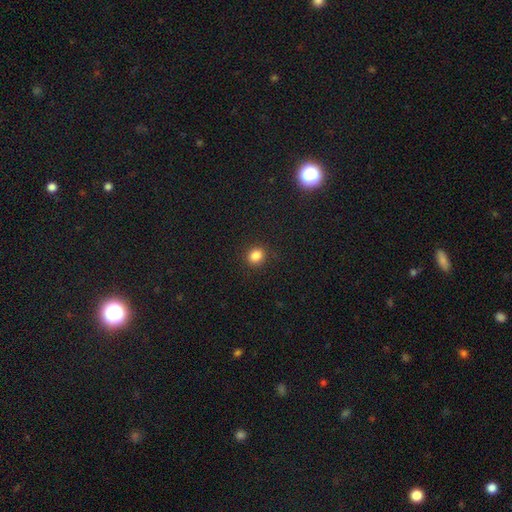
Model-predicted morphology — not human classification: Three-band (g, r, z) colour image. It shows a smooth galaxy with no disk features (83%) that is round (83%). Merging: none (90%).